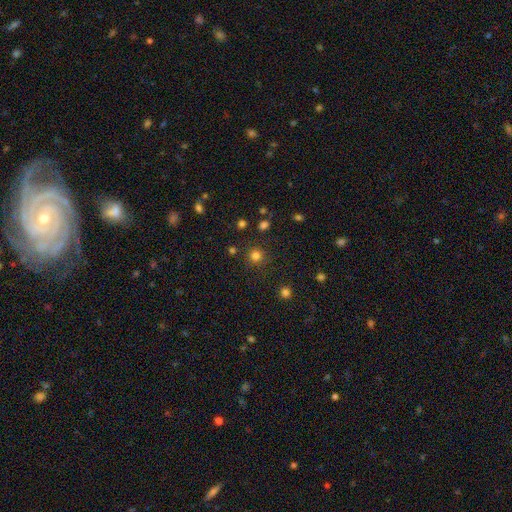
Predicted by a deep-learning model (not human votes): Smooth or featured: smooth — 79% (star or artifact — 17%)
How rounded: round — 94% (in between — 5%)
Merging: none — 88% (minor disturbance — 7%)